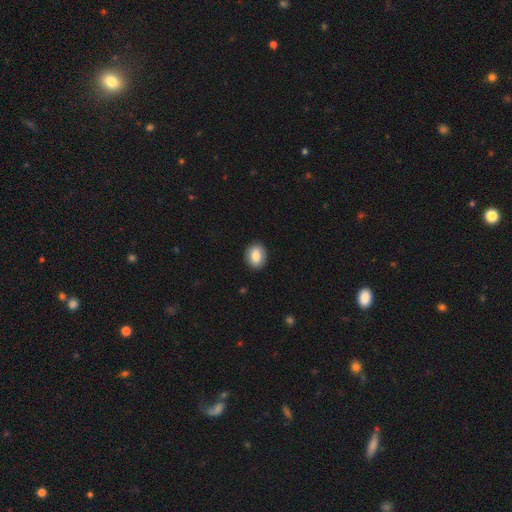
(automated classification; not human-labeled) Smooth or featured? Predicted: smooth (p=0.83). How rounded? Predicted: in between (p=0.53). Merging? Predicted: none (p=0.90).